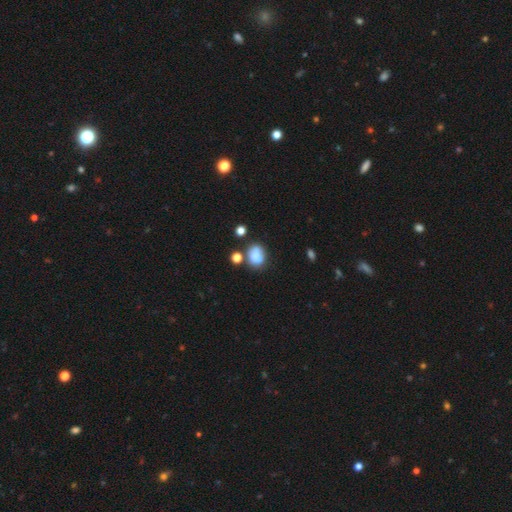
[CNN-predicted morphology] Q: Smooth or featured?
A: smooth (78%); runner-up: star or artifact (12%)
Q: How rounded?
A: in between (56%); runner-up: round (42%)
Q: Merging?
A: none (53%); runner-up: minor disturbance (21%)